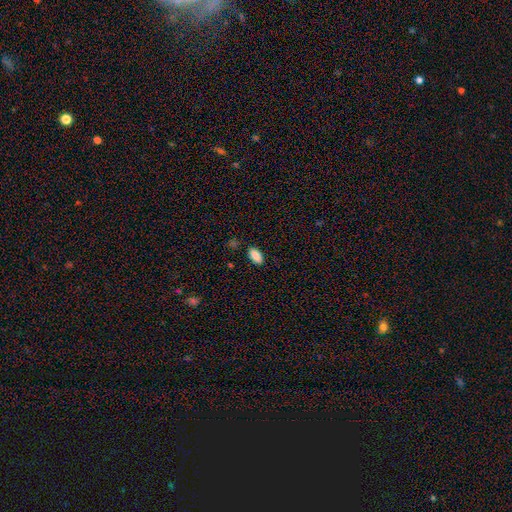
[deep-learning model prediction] smooth_or_featured: smooth (p=0.89) [alt: star or artifact p=0.07]
how_rounded: in between (p=0.92) [alt: cigar-shaped p=0.05]
merging: none (p=0.86) [alt: minor disturbance p=0.10]